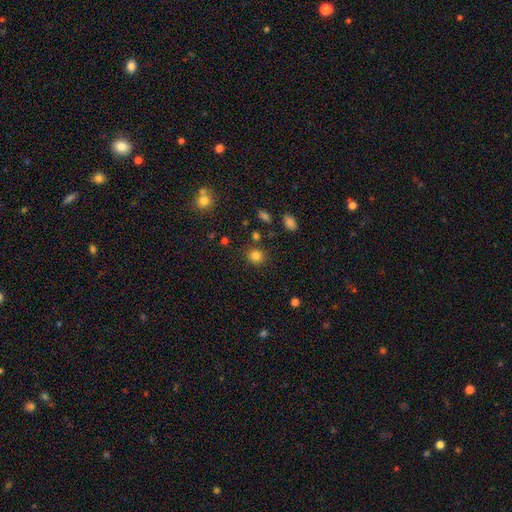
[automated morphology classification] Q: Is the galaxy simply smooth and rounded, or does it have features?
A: smooth — 82%.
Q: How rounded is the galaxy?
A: round — 84%.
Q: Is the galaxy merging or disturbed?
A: none — 85%.